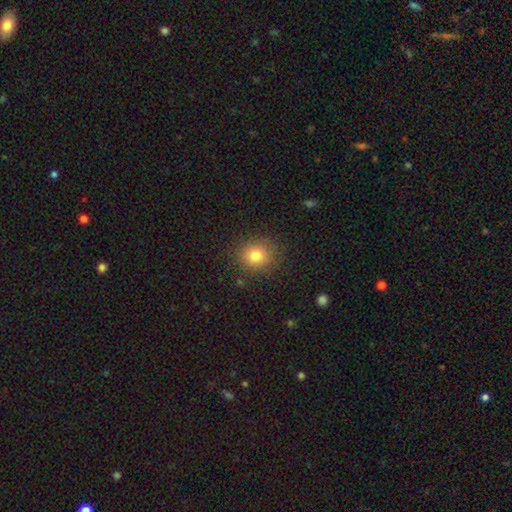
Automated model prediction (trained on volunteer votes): Smooth or featured? Predicted: smooth (p=0.80). How rounded? Predicted: round (p=0.79). Merging? Predicted: none (p=0.87).